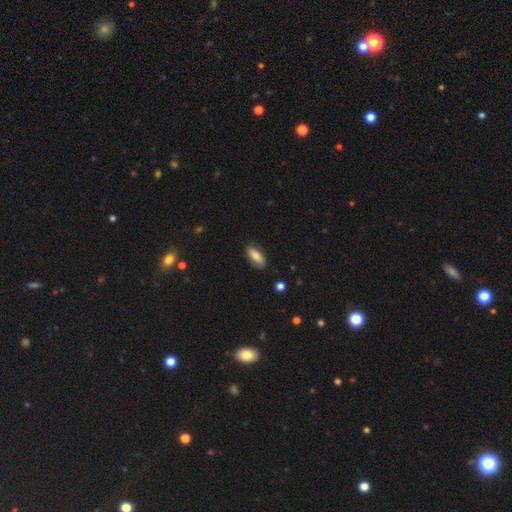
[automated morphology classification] Smooth or featured? Predicted: smooth (p=0.72). How rounded? Predicted: in between (p=0.80). Merging? Predicted: none (p=0.83).